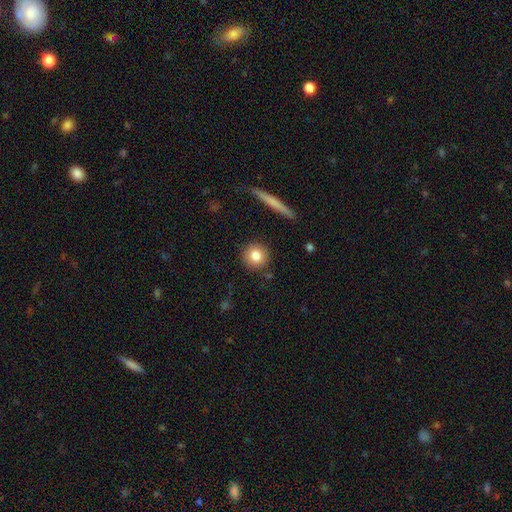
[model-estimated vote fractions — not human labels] smooth-or-featured: smooth: 81% | featured or disk: 10% | star or artifact: 9%
  how-rounded: round: 92% | in between: 7% | cigar-shaped: 1%
  merging: none: 88% | minor disturbance: 8% | merger: 3% | major disturbance: 2%